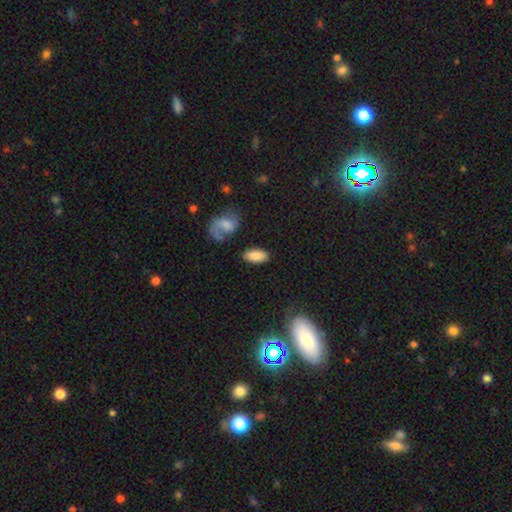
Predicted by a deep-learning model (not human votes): smooth_or_featured: smooth (p=0.82) [alt: featured or disk p=0.11]
how_rounded: in between (p=0.94) [alt: round p=0.03]
merging: none (p=0.78) [alt: minor disturbance p=0.12]